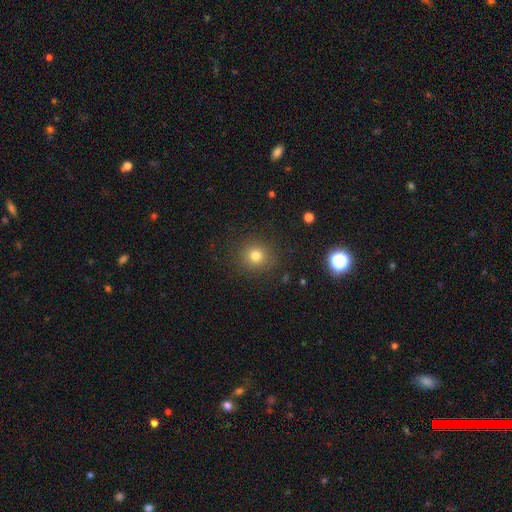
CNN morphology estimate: Overall: smooth (78%). How rounded: round (89%). Merging: none (88%).